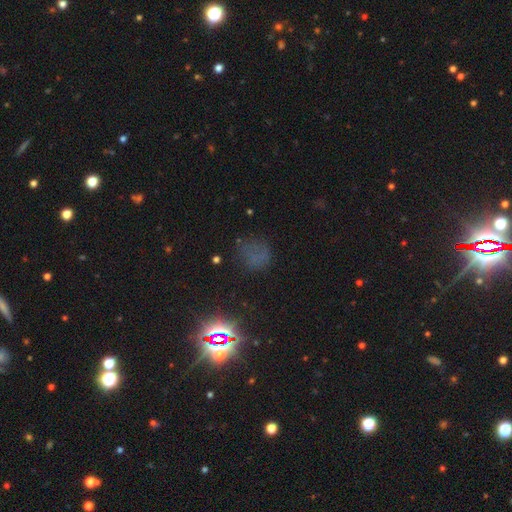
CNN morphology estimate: A star or artifact, not a galaxy (45%).

Vote fractions:
- Smooth or featured? star or artifact: 45% / smooth: 40% / featured or disk: 15%